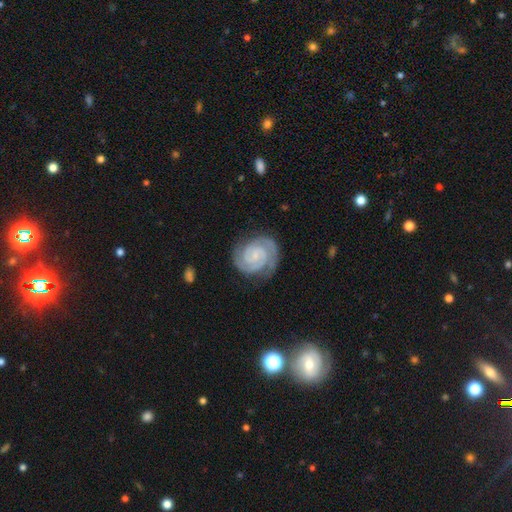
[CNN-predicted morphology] A featured or disk galaxy (91%) with no bar (54%), 2 (87%) tight (76%) spiral arms (99%) and a small central bulge (64%).

Vote fractions:
- Smooth or featured? featured or disk: 91% / smooth: 5% / star or artifact: 4%
- Edge-on disk? no: 98% / yes: 2%
- Bar? no: 54% / weak: 35% / strong: 11%
- Spiral arms? yes: 99% / no: 1%
- Spiral winding? tight: 76% / medium: 21% / loose: 2%
- Spiral arm count? 2: 87% / 3: 6% / can't tell: 3% / 1: 2% / 4: 1% / more than 4: 1%
- Bulge size? small: 64% / none: 22% / moderate: 12% / large: 1% / dominant: 1%
- Merging? none: 81% / minor disturbance: 13% / major disturbance: 4% / merger: 1%